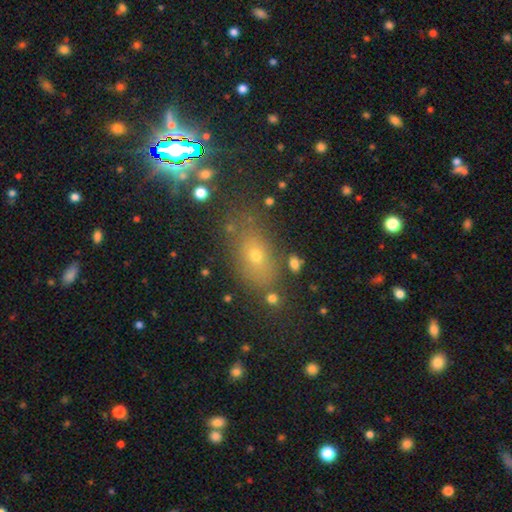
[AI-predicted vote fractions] smooth 59%, star or artifact 24%, featured or disk 17%. Down the decision tree: how rounded — in between (74%); merging — none (74%).